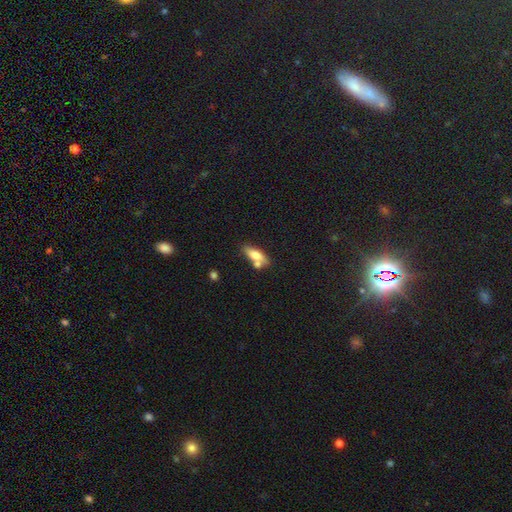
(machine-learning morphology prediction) Smooth or featured?
  - smooth: 70% *
  - featured or disk: 22%
  - star or artifact: 7%
How rounded?
  - in between: 65% *
  - cigar-shaped: 32%
  - round: 3%
Merging?
  - none: 54% *
  - merger: 26%
  - minor disturbance: 15%
  - major disturbance: 5%